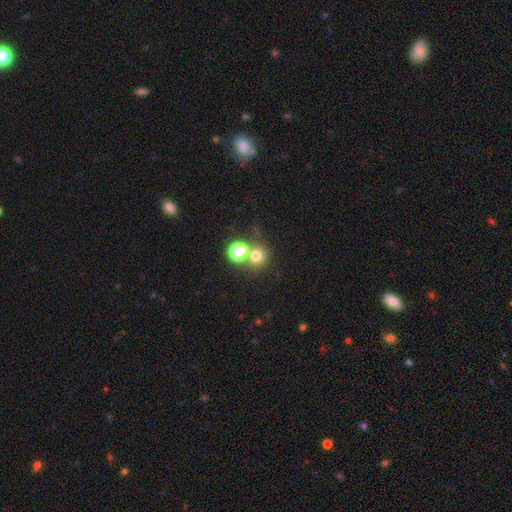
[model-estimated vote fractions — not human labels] Smooth or featured? smooth (71%)
How rounded? round (85%)
Merging? none (55%)